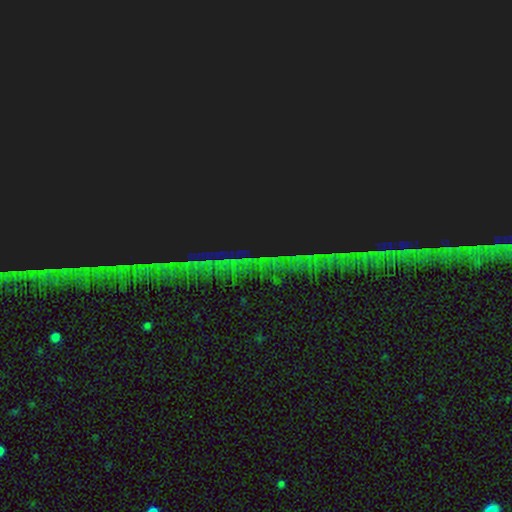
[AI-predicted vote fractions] Smooth or featured: star or artifact — 86% (smooth — 7%)